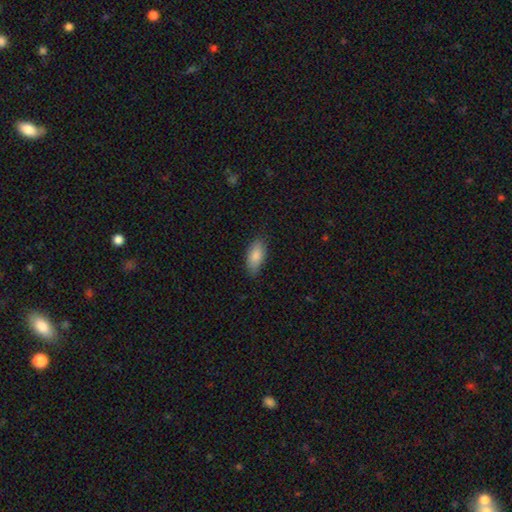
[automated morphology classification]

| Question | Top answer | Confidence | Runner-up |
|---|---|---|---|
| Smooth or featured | smooth | 85% | featured or disk (9%) |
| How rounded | in between | 88% | cigar-shaped (10%) |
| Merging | none | 81% | minor disturbance (15%) |